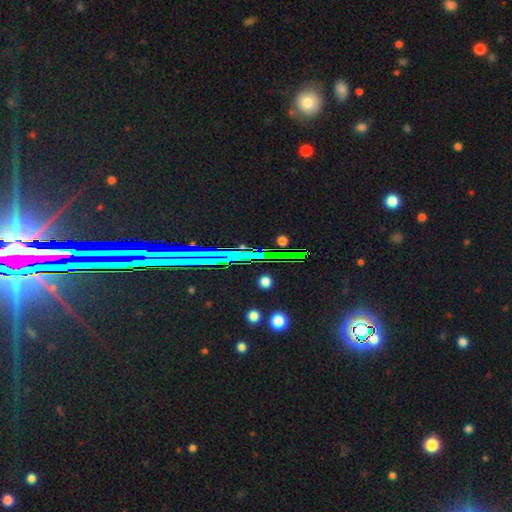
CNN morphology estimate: Overall: star or artifact (77%).